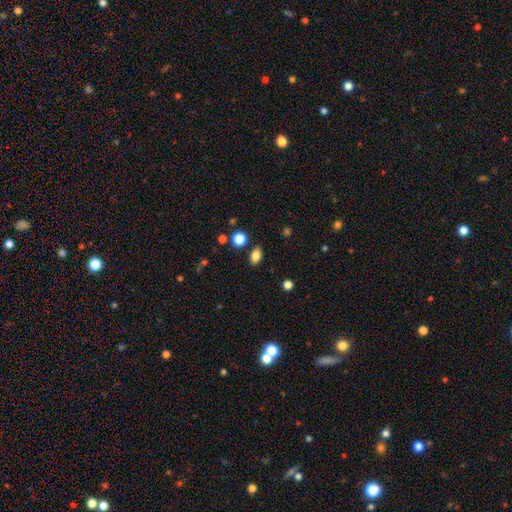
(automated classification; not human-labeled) smooth_or_featured: smooth (p=0.82) [alt: star or artifact p=0.11]
how_rounded: in between (p=0.83) [alt: round p=0.14]
merging: none (p=0.85) [alt: minor disturbance p=0.09]